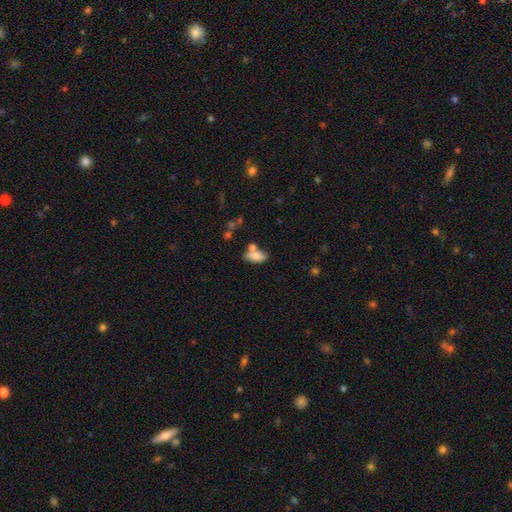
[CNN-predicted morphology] This is clearly a smooth galaxy (82%). How rounded: clearly in between (88%). Merging: possibly none (57%).